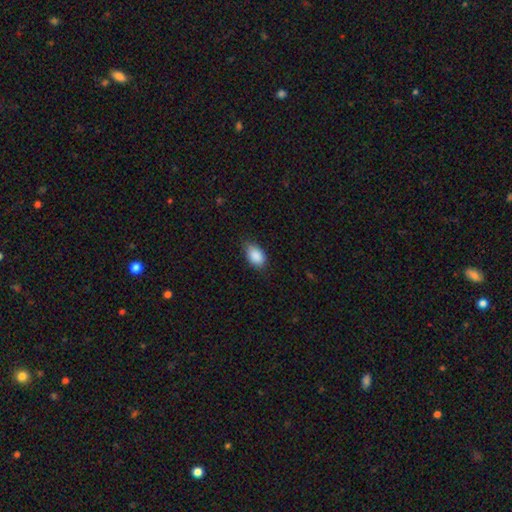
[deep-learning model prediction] A smooth galaxy with no disk features (89%) that is in between round and cigar-shaped (89%).

Vote fractions:
- Smooth or featured? smooth: 89% / star or artifact: 7% / featured or disk: 4%
- How rounded? in between: 89% / round: 9% / cigar-shaped: 2%
- Merging? none: 71% / minor disturbance: 24% / major disturbance: 4% / merger: 1%